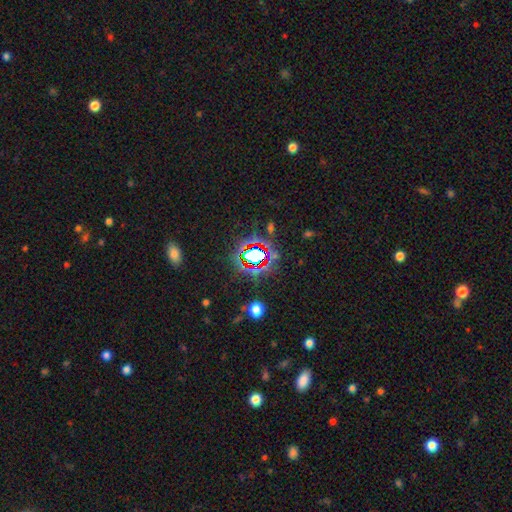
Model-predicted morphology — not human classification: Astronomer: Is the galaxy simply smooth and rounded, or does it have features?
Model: star or artifact — 68%.